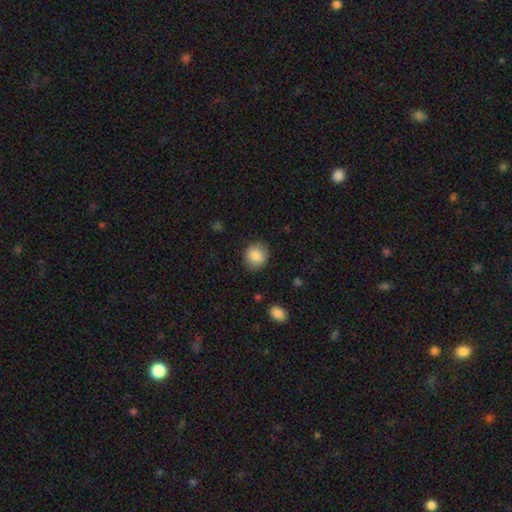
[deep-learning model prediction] smooth_or_featured: smooth (p=0.86) [alt: star or artifact p=0.08]
how_rounded: round (p=0.86) [alt: in between p=0.13]
merging: none (p=0.87) [alt: minor disturbance p=0.09]